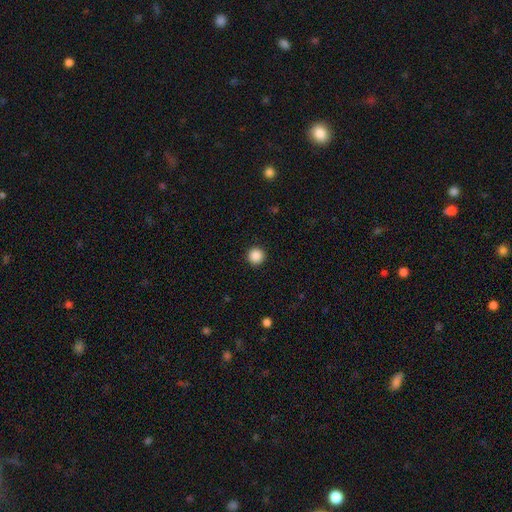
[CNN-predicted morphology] Overall: smooth (88%). How rounded: round (96%). Merging: none (93%).